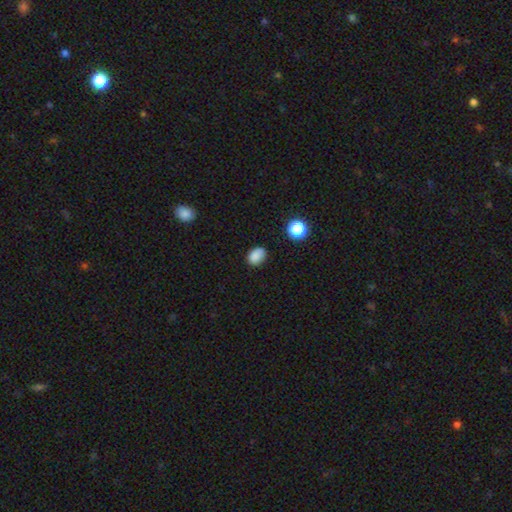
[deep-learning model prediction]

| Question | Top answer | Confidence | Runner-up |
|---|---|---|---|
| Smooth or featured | smooth | 84% | star or artifact (11%) |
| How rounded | in between | 69% | round (30%) |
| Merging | none | 77% | minor disturbance (18%) |